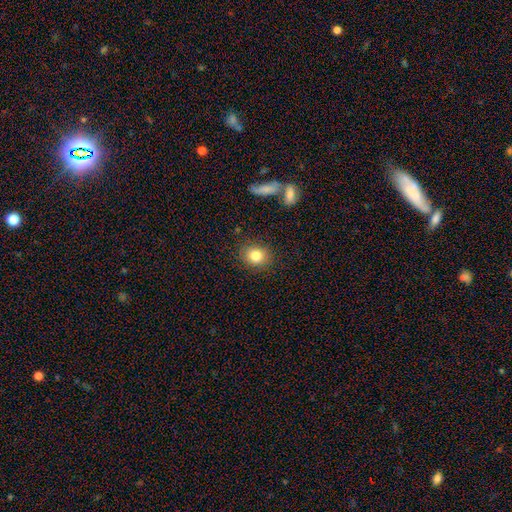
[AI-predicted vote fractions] Overall: smooth (82%). How rounded: round (67%; in between 32%). Merging: none (86%).